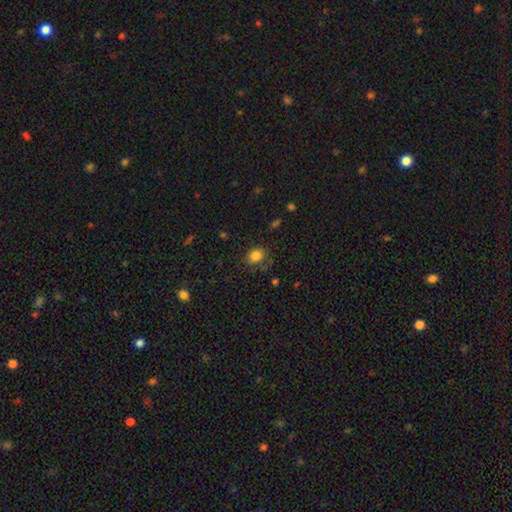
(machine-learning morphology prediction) smooth 82%, star or artifact 11%, featured or disk 7%. Down the decision tree: how rounded — round (50%); merging — none (70%).